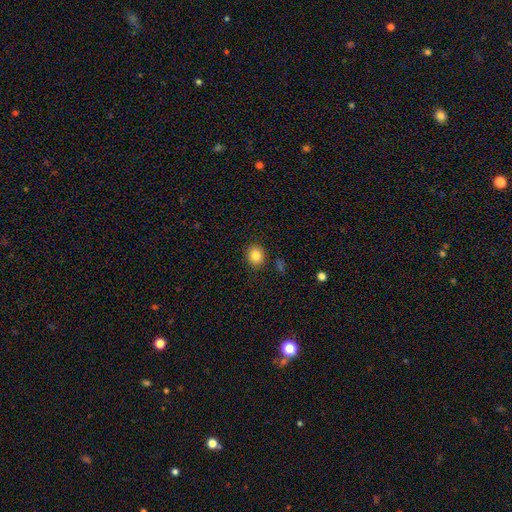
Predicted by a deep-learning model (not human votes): Morphology: type=smooth (84%); roundness=round (78%); merging=none (87%).